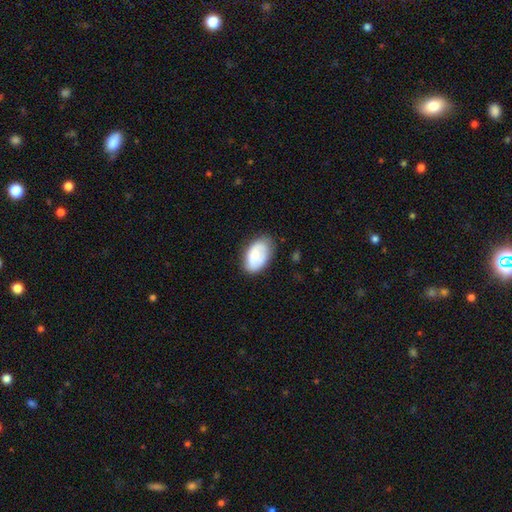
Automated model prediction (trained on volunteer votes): smooth-or-featured: smooth: 68% | featured or disk: 25% | star or artifact: 6%
  how-rounded: in between: 92% | round: 6% | cigar-shaped: 1%
  merging: none: 71% | minor disturbance: 22% | major disturbance: 5% | merger: 2%